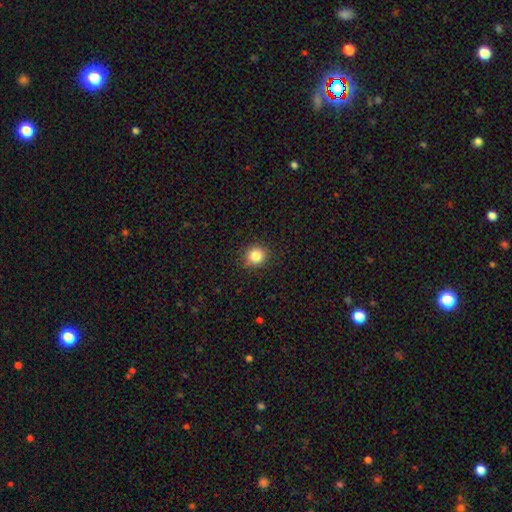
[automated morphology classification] smooth-or-featured: smooth: 84% | star or artifact: 11% | featured or disk: 5%
  how-rounded: round: 90% | in between: 9% | cigar-shaped: 1%
  merging: none: 90% | minor disturbance: 7% | major disturbance: 2% | merger: 1%